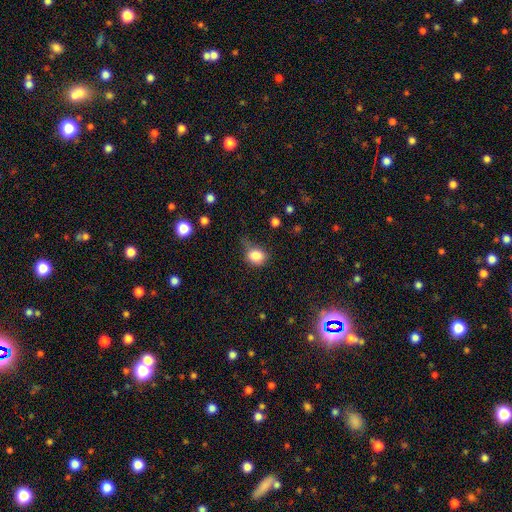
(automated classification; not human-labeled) Smooth or featured?
  - smooth: 83% *
  - star or artifact: 10%
  - featured or disk: 7%
How rounded?
  - round: 61% *
  - in between: 38%
  - cigar-shaped: 1%
Merging?
  - none: 51% *
  - minor disturbance: 33%
  - major disturbance: 13%
  - merger: 3%